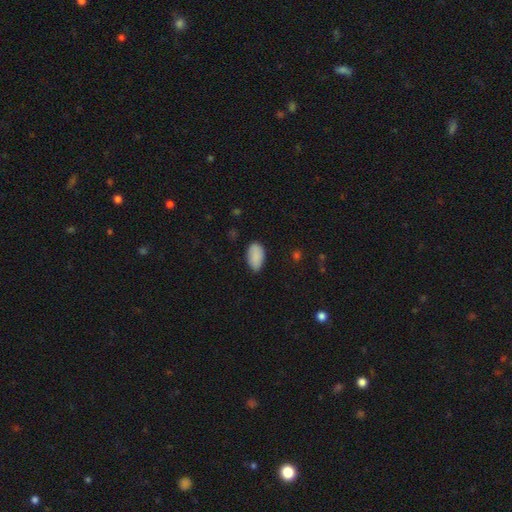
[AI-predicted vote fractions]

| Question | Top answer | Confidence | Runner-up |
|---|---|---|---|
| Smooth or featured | smooth | 88% | star or artifact (7%) |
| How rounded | in between | 94% | round (4%) |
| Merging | none | 73% | minor disturbance (23%) |